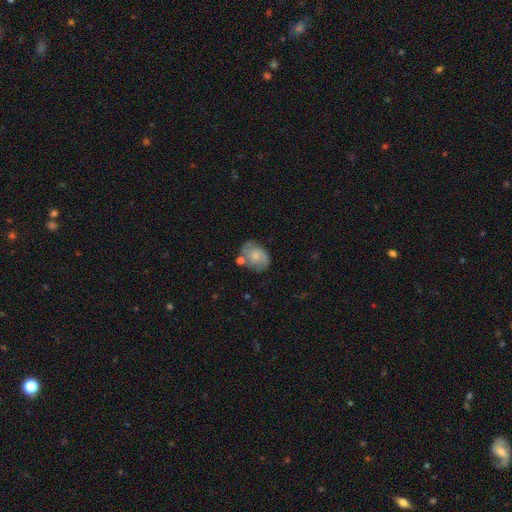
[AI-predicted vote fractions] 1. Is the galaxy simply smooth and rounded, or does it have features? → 47% smooth, 45% featured or disk, 8% star or artifact.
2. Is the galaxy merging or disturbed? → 58% none, 23% minor disturbance, 12% merger, 8% major disturbance.